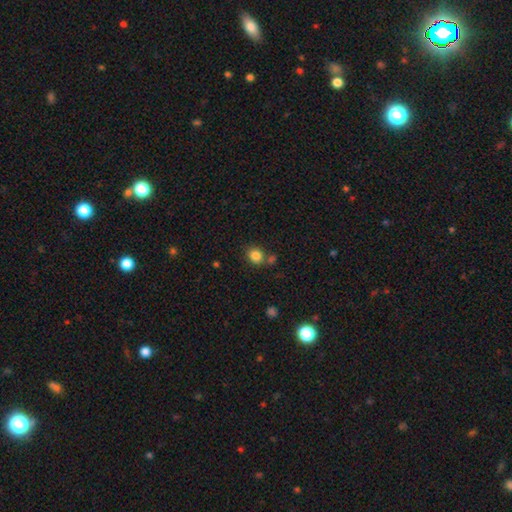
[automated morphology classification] This appears to be a smooth galaxy with no disk features (84%) that is round (64%). Merging: none (69%).